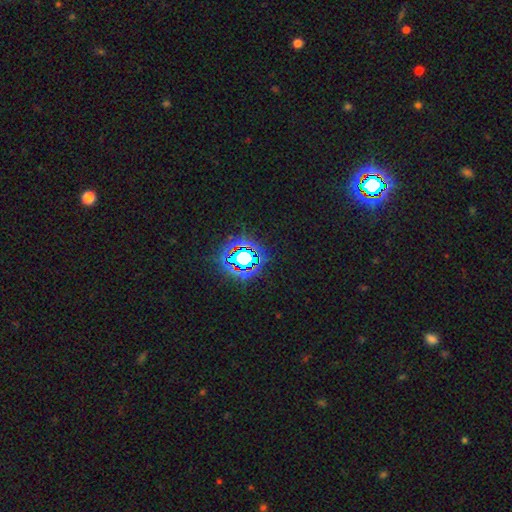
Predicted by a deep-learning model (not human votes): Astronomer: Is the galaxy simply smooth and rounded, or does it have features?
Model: star or artifact — 80%.